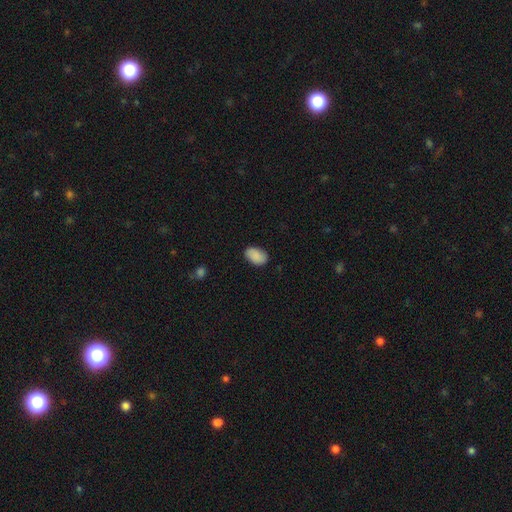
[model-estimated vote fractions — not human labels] This appears to be a smooth galaxy with no disk features (89%) that is in between round and cigar-shaped (91%). Merging: none (85%).